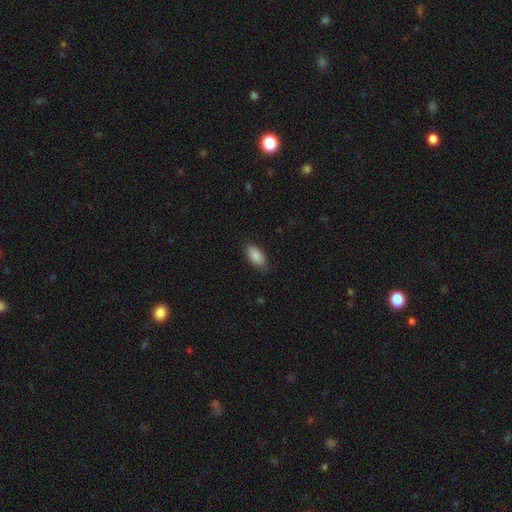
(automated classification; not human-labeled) smooth_or_featured: smooth (p=0.89) [alt: star or artifact p=0.06]
how_rounded: in between (p=0.92) [alt: cigar-shaped p=0.06]
merging: none (p=0.85) [alt: minor disturbance p=0.12]